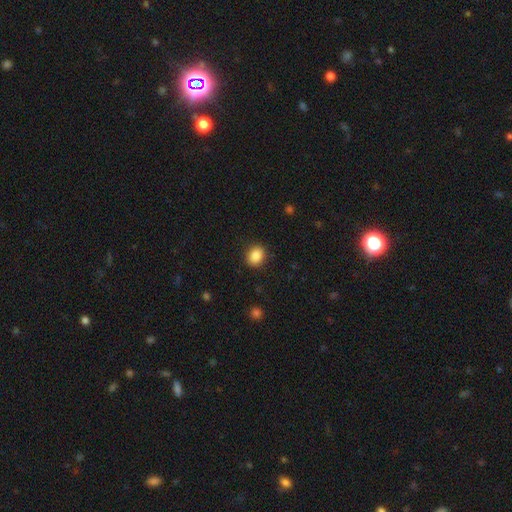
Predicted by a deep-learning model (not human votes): smooth-or-featured: smooth: 87% | star or artifact: 9% | featured or disk: 4%
  how-rounded: round: 52% | in between: 47% | cigar-shaped: 1%
  merging: none: 88% | minor disturbance: 8% | major disturbance: 3% | merger: 1%